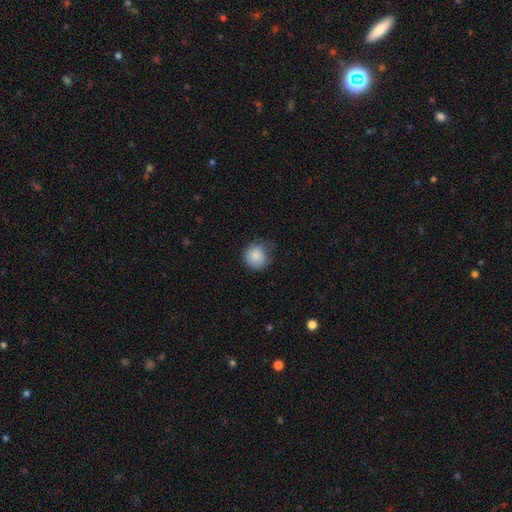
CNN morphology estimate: A smooth galaxy with no disk features (85%) that is round (89%). Merging: none (67%).